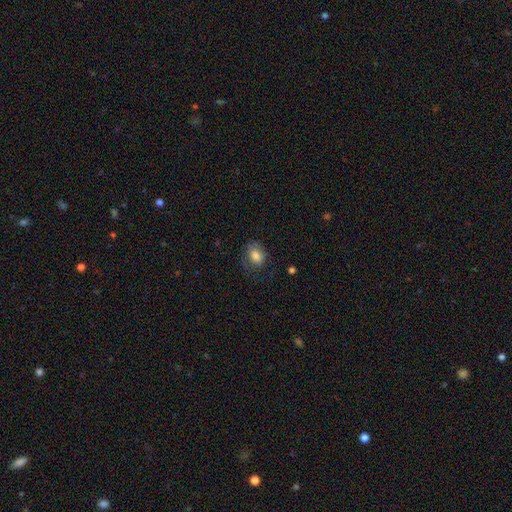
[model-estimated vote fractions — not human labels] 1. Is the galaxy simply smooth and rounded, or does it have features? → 80% smooth, 11% featured or disk, 9% star or artifact.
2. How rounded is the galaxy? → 59% in between, 40% round, 1% cigar-shaped.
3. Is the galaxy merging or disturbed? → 62% none, 23% minor disturbance, 14% major disturbance, 1% merger.